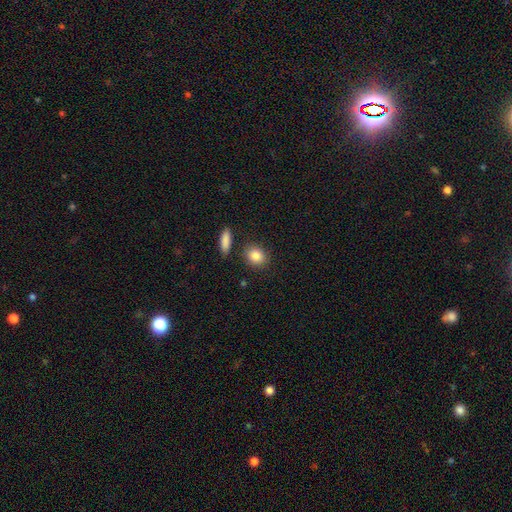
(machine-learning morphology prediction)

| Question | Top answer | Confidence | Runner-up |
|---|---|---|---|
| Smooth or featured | smooth | 86% | star or artifact (8%) |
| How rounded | round | 57% | in between (41%) |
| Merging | none | 82% | minor disturbance (10%) |